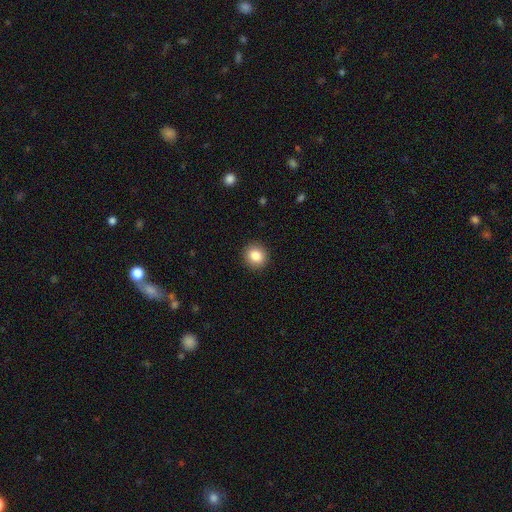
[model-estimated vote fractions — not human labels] Q: Smooth or featured?
A: smooth (85%); runner-up: star or artifact (9%)
Q: How rounded?
A: round (87%); runner-up: in between (12%)
Q: Merging?
A: none (91%); runner-up: minor disturbance (6%)